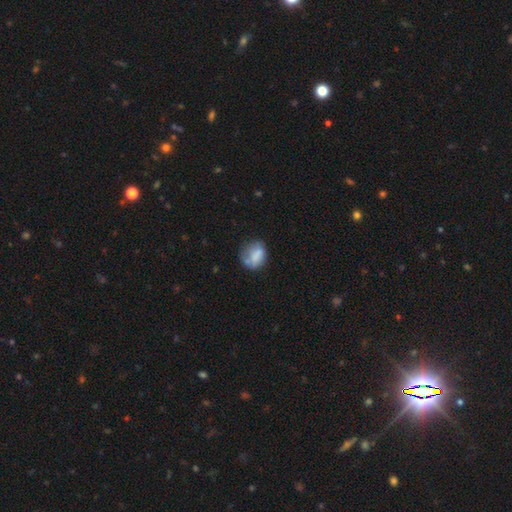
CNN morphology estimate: Overall: smooth (73%). How rounded: in between (52%; round 46%). Merging: none (48%; minor disturbance 31%).